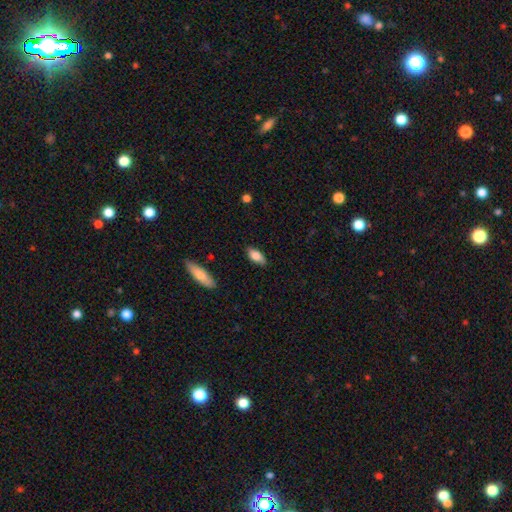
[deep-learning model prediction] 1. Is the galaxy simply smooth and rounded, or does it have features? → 80% smooth, 13% featured or disk, 6% star or artifact.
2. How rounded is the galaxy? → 84% in between, 13% cigar-shaped, 3% round.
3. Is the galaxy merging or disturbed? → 82% none, 14% minor disturbance, 3% major disturbance, 1% merger.